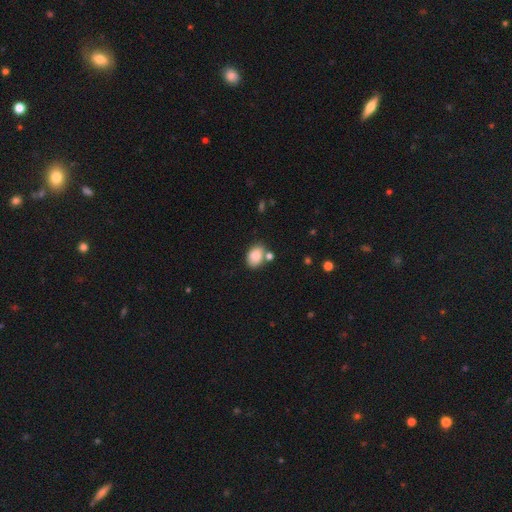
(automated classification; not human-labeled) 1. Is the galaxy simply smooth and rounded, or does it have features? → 85% smooth, 8% star or artifact, 7% featured or disk.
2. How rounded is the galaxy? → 74% in between, 25% round, 1% cigar-shaped.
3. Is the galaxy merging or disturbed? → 61% none, 17% merger, 17% minor disturbance, 5% major disturbance.